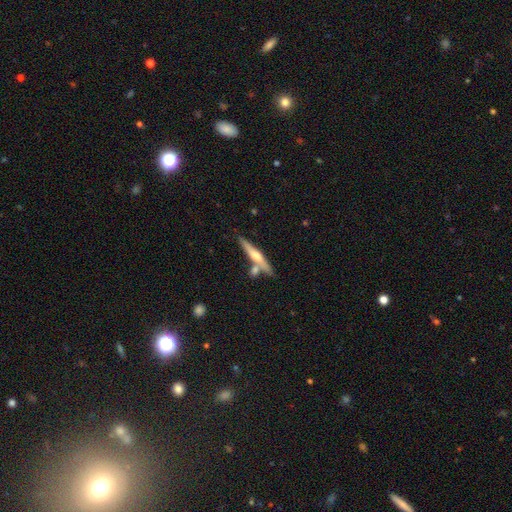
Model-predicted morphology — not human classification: This appears to be a featured or disk galaxy (64%) viewed edge-on (96%) with a rounded central bulge (88%). Merging: none (69%).